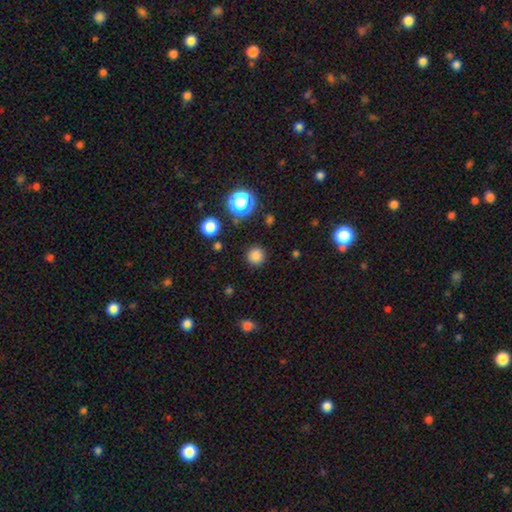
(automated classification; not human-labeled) smooth-or-featured: smooth: 83% | star or artifact: 13% | featured or disk: 4%
  how-rounded: round: 95% | in between: 4% | cigar-shaped: 1%
  merging: none: 89% | minor disturbance: 6% | major disturbance: 3% | merger: 2%